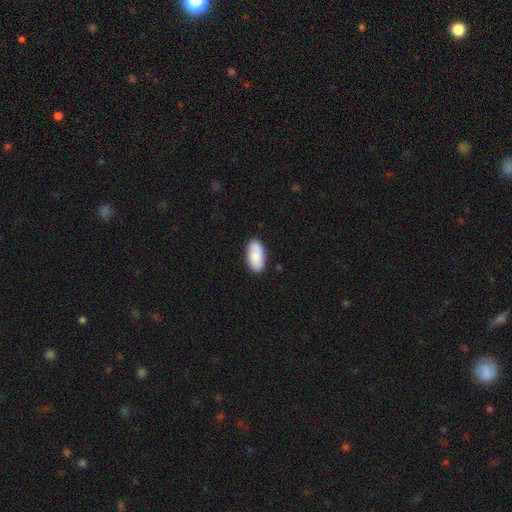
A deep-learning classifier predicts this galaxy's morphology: Smooth or featured? smooth (81%)
How rounded? in between (94%)
Merging? none (83%)